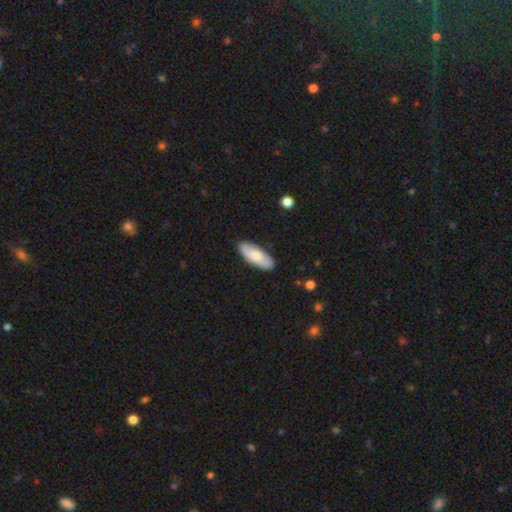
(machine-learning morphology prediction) A smooth galaxy with no disk features (75%) that is in between round and cigar-shaped (76%). Merging: none (87%).